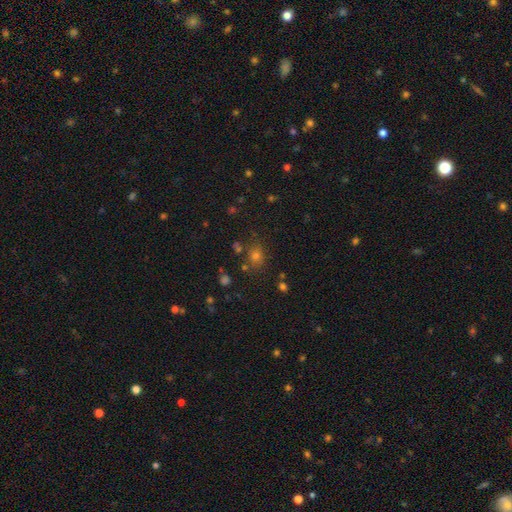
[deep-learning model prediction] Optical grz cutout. It shows a smooth galaxy with no disk features (60%) that is round (66%). Merging: none (77%).